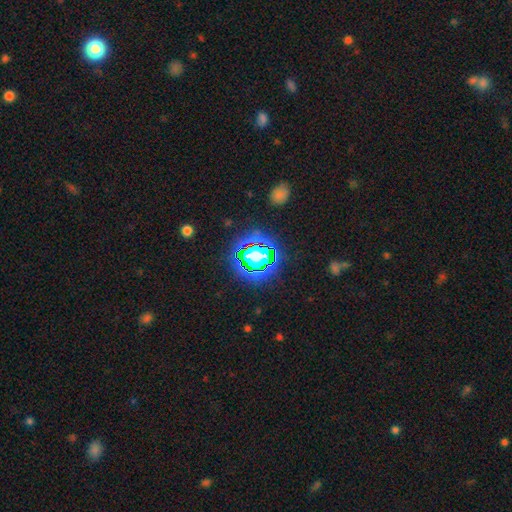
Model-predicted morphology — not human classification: smooth_or_featured: star or artifact (p=0.78) [alt: smooth p=0.15]